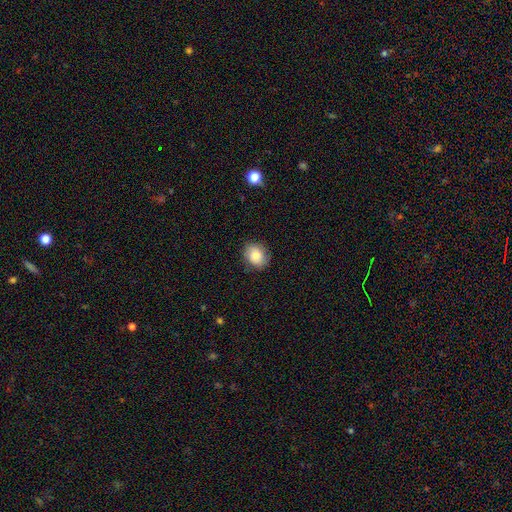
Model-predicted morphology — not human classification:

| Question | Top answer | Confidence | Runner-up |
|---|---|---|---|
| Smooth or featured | smooth | 82% | featured or disk (10%) |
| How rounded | round | 52% | in between (47%) |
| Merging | none | 83% | minor disturbance (13%) |